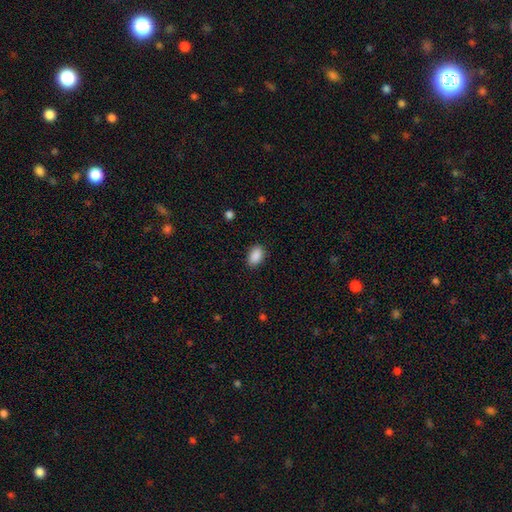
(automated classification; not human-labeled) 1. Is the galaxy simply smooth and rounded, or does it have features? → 90% smooth, 7% star or artifact, 3% featured or disk.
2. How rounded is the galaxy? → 90% in between, 9% round, 1% cigar-shaped.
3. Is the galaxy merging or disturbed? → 88% none, 9% minor disturbance, 2% major disturbance, 1% merger.